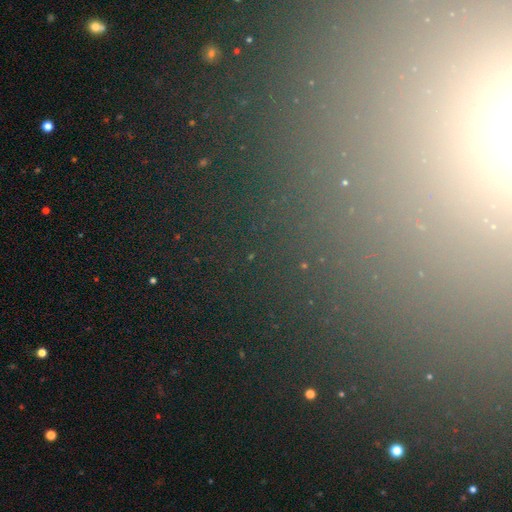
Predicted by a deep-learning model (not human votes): Smooth or featured: star or artifact — 71% (smooth — 18%)